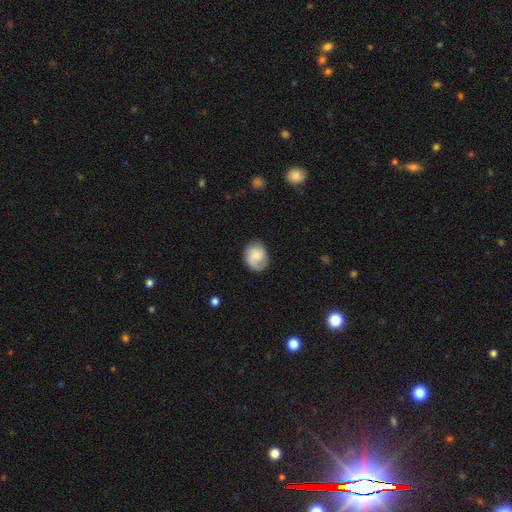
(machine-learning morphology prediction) A smooth galaxy with no disk features (52%) that is round (60%). Merging: none (69%).